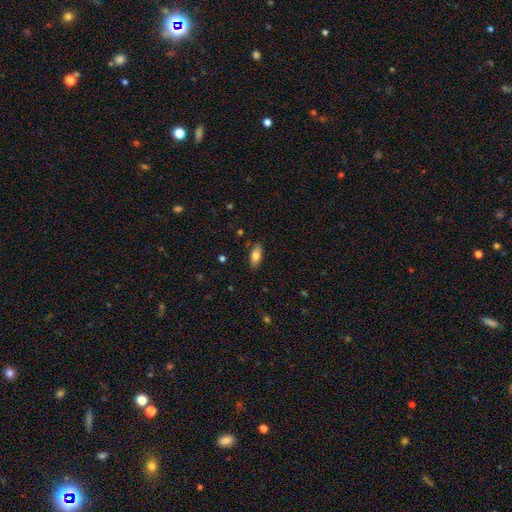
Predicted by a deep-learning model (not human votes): Smooth or featured? smooth (78%)
How rounded? in between (86%)
Merging? none (84%)